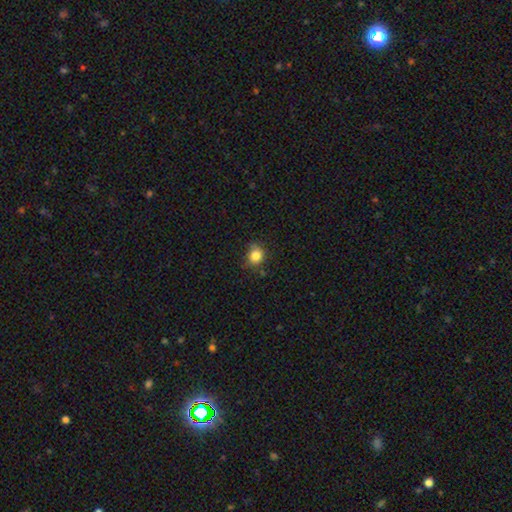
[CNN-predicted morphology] This is clearly a smooth galaxy (83%). How rounded: likely round (78%). Merging: likely none (69%).